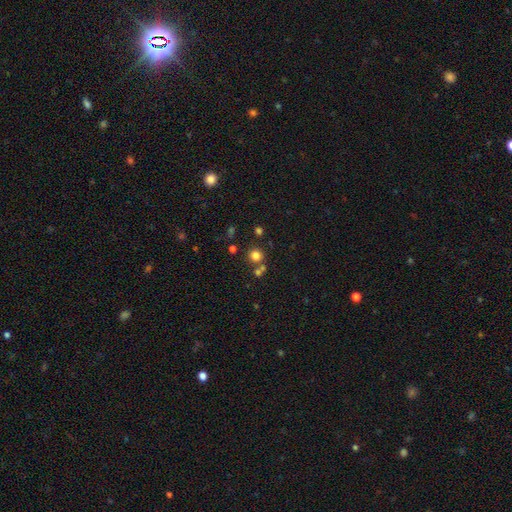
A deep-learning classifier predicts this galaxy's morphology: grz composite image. It shows a smooth galaxy with no disk features (75%) that is round (91%). Merging: none (71%).